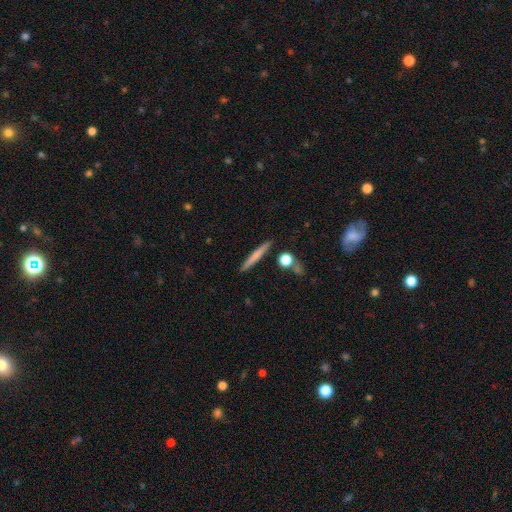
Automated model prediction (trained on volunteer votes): Smooth or featured? smooth (61%)
How rounded? cigar-shaped (94%)
Merging? none (87%)